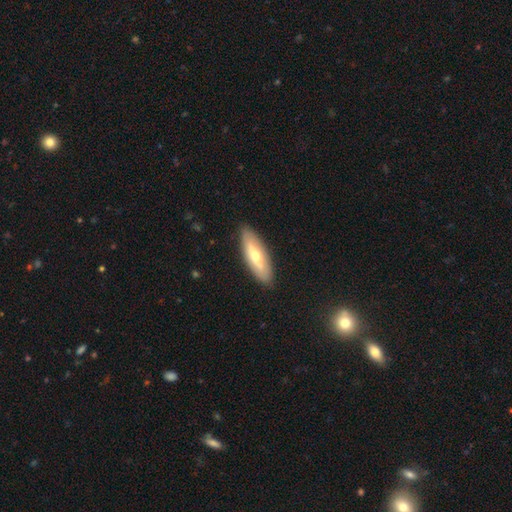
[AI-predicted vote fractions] This is possibly a smooth galaxy (52%). How rounded: likely in between (60%). Merging: clearly none (87%).